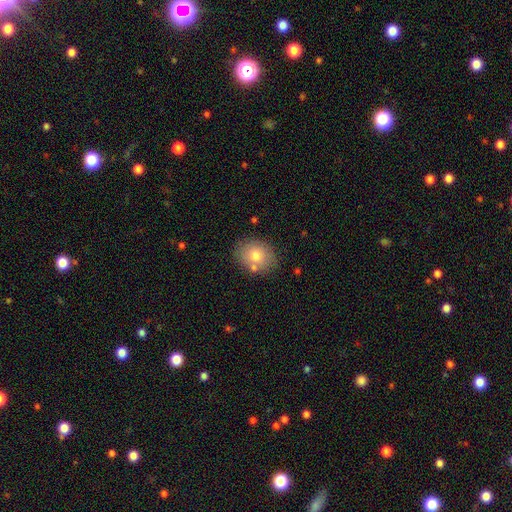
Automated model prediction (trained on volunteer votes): smooth_or_featured: smooth (p=0.76) [alt: featured or disk p=0.15]
how_rounded: in between (p=0.54) [alt: round p=0.45]
merging: none (p=0.76) [alt: minor disturbance p=0.13]